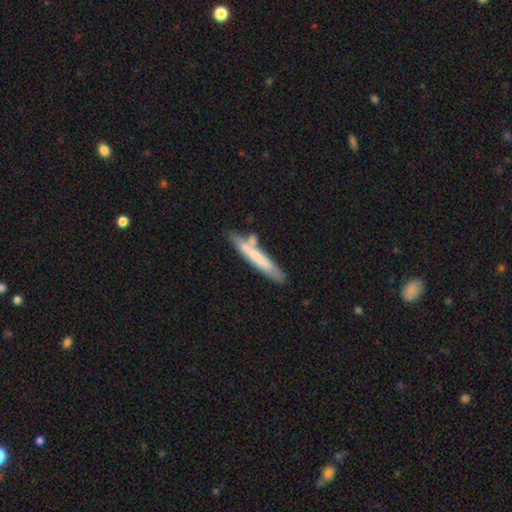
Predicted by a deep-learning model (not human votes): Smooth or featured: smooth — 62% (featured or disk — 32%)
How rounded: cigar-shaped — 93% (in between — 5%)
Merging: none — 65% (minor disturbance — 17%)